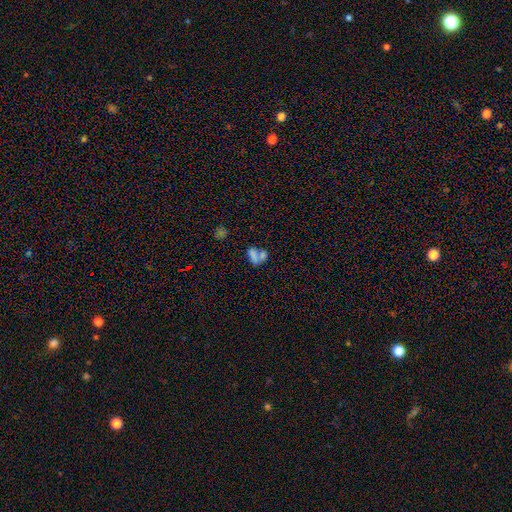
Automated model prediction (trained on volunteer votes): smooth-or-featured: smooth: 65% | star or artifact: 18% | featured or disk: 16%
  how-rounded: in between: 67% | round: 24% | cigar-shaped: 8%
  merging: merger: 47% | none: 35% | minor disturbance: 10% | major disturbance: 7%